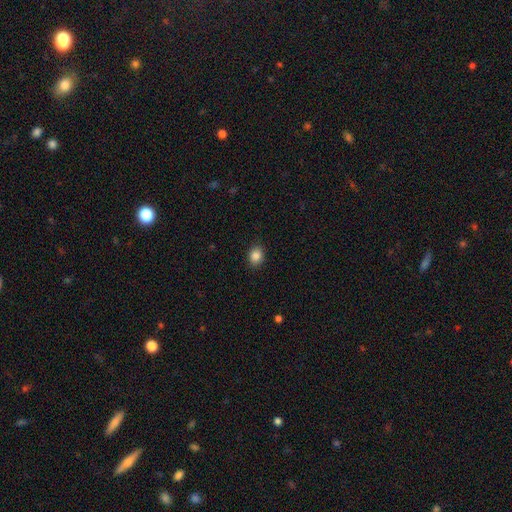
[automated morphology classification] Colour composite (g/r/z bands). It shows a smooth galaxy with no disk features (87%) that is round (51%). Merging: none (88%).